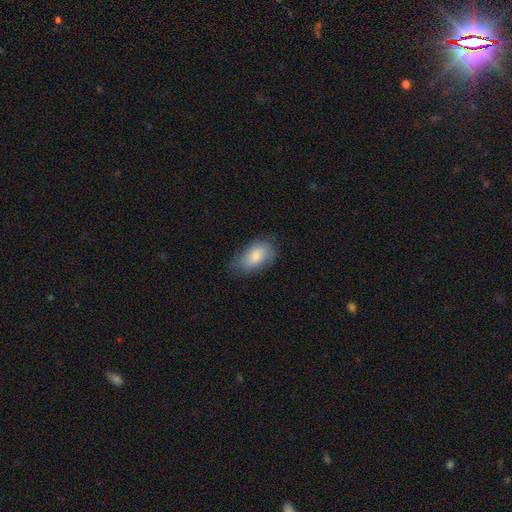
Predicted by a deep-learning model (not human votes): A smooth galaxy with no disk features (80%) that is in between round and cigar-shaped (92%). Merging: none (60%).